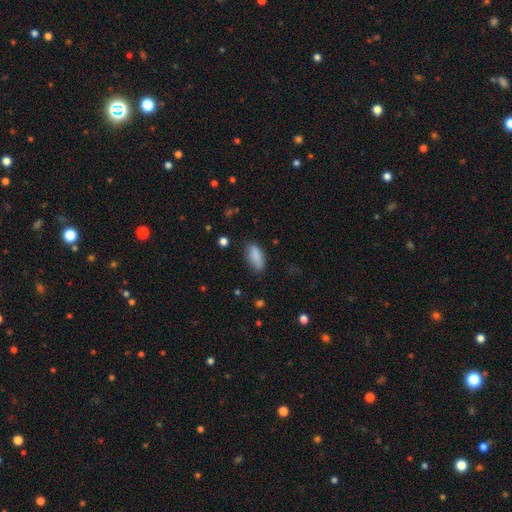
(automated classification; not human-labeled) Smooth or featured?
  - smooth: 86% *
  - star or artifact: 7%
  - featured or disk: 6%
How rounded?
  - in between: 79% *
  - cigar-shaped: 19%
  - round: 2%
Merging?
  - none: 75% *
  - minor disturbance: 18%
  - major disturbance: 4%
  - merger: 2%